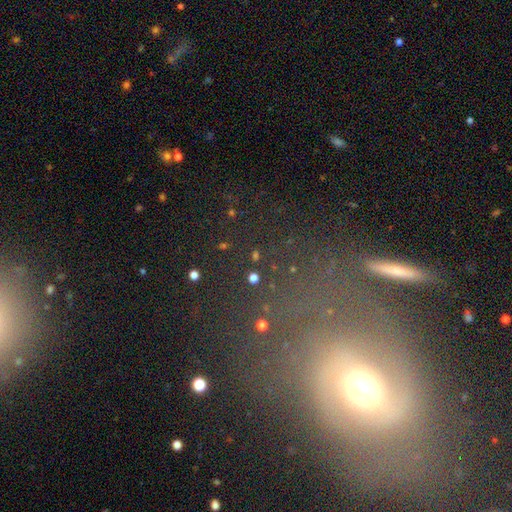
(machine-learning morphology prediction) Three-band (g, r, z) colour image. It shows a featured or disk galaxy (36%). Merging: none (63%).